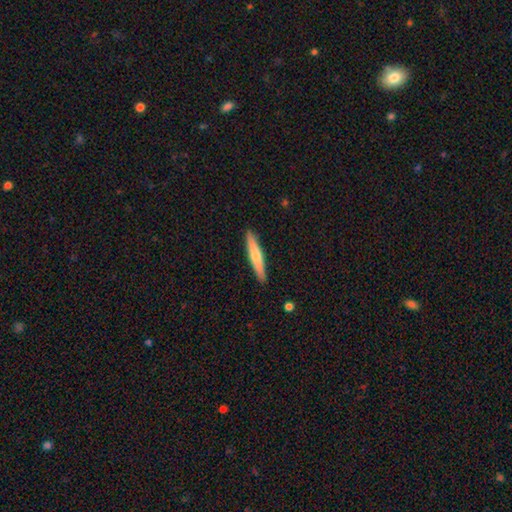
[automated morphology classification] Smooth or featured: smooth — 61% (featured or disk — 34%)
How rounded: cigar-shaped — 92% (in between — 7%)
Merging: none — 91% (minor disturbance — 7%)